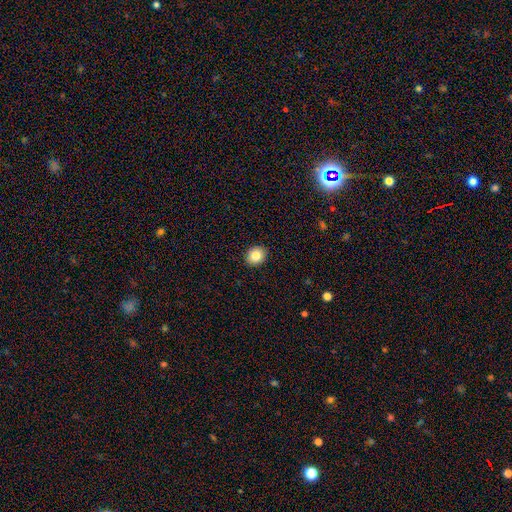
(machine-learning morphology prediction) smooth-or-featured: smooth: 84% | star or artifact: 9% | featured or disk: 7%
  how-rounded: round: 69% | in between: 31% | cigar-shaped: 1%
  merging: none: 91% | minor disturbance: 6% | major disturbance: 2% | merger: 1%